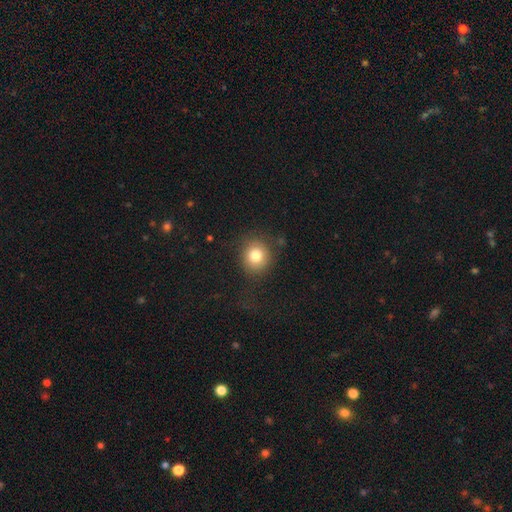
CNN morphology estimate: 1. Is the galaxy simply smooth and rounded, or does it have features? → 79% smooth, 11% star or artifact, 10% featured or disk.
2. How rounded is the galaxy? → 85% round, 14% in between, 1% cigar-shaped.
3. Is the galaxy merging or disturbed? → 80% none, 12% minor disturbance, 6% major disturbance, 2% merger.